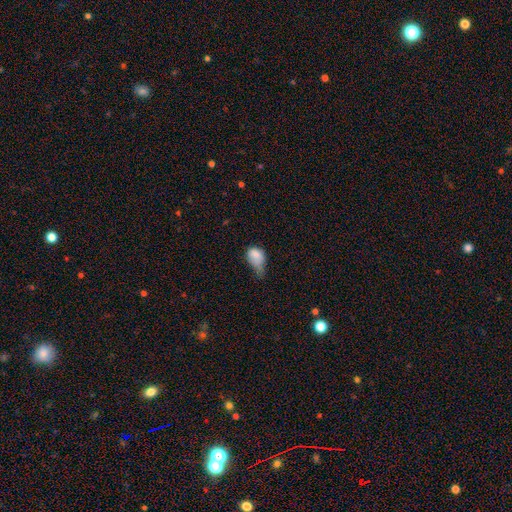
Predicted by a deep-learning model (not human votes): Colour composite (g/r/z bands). It shows a smooth galaxy with no disk features (78%) that is in between round and cigar-shaped (73%). Merging: minor disturbance (40%).